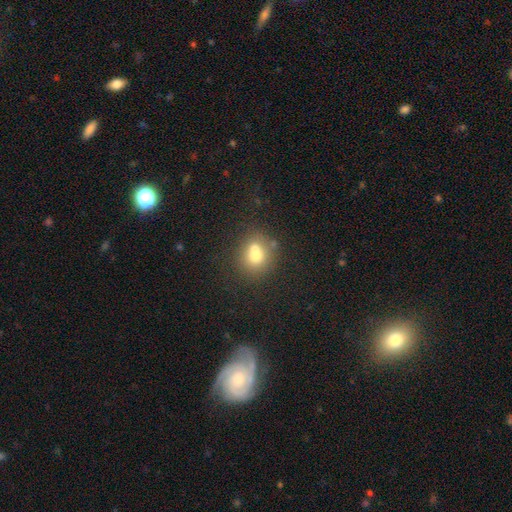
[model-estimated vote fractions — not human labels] Smooth or featured: smooth — 67% (featured or disk — 20%)
How rounded: round — 74% (in between — 25%)
Merging: merger — 44% (none — 42%)